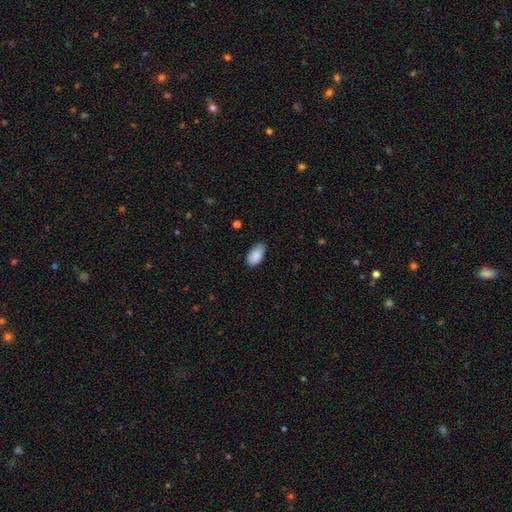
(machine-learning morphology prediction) Smooth or featured? smooth (88%)
How rounded? in between (95%)
Merging? none (80%)